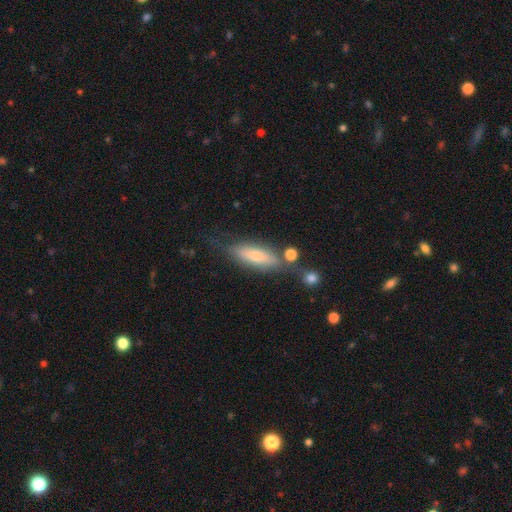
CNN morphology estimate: Smooth or featured? smooth (66%)
How rounded? cigar-shaped (52%)
Merging? none (65%)